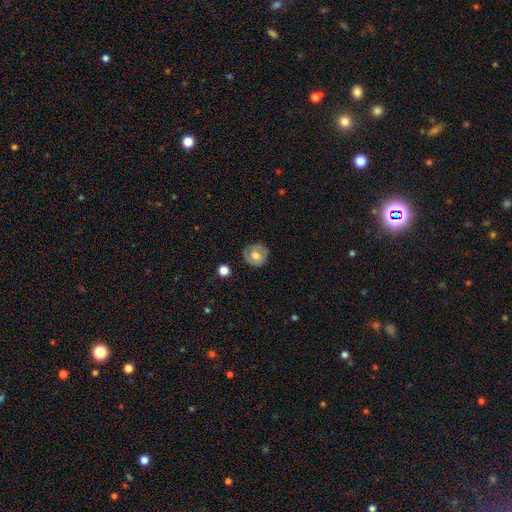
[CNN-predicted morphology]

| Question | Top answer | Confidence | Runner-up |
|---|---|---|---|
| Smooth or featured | featured or disk | 47% | smooth (46%) |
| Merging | none | 78% | minor disturbance (16%) |